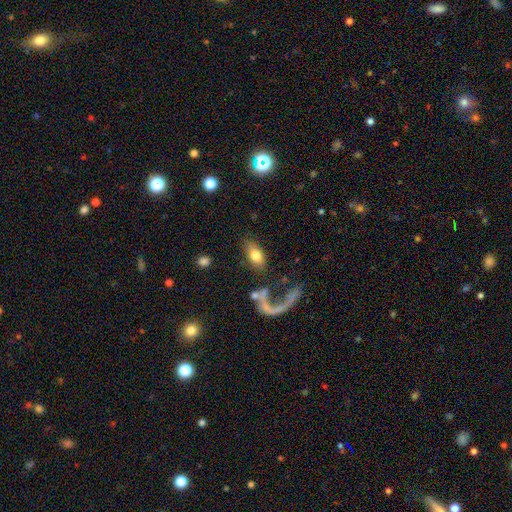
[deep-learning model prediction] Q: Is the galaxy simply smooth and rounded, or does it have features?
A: smooth — 69%.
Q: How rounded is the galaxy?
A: in between — 88%.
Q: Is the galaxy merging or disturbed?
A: none — 62%.